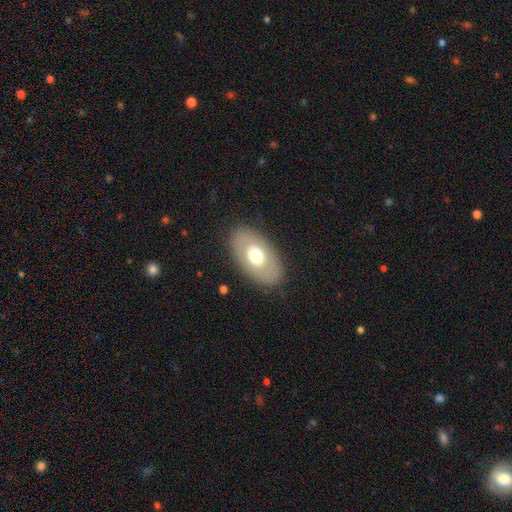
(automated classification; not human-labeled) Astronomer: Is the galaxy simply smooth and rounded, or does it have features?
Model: smooth — 60%.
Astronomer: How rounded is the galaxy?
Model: in between — 91%.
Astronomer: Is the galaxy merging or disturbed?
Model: none — 84%.